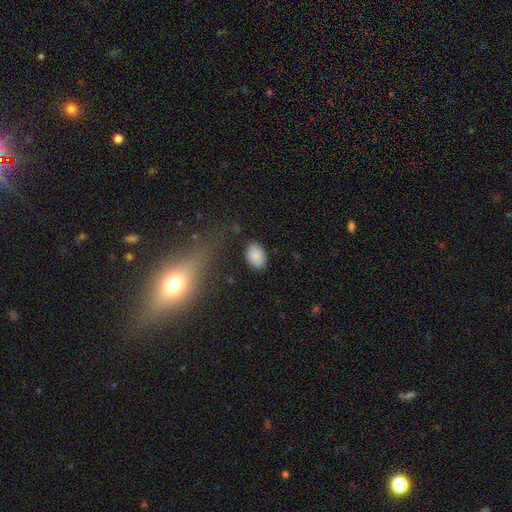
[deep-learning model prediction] Morphology: type=smooth (86%); roundness=in between (84%); merging=none (80%).